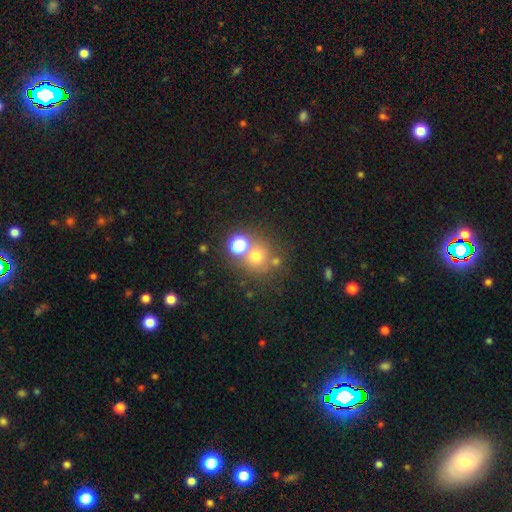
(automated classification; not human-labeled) Smooth or featured? Predicted: smooth (p=0.66). How rounded? Predicted: round (p=0.88). Merging? Predicted: none (p=0.58).